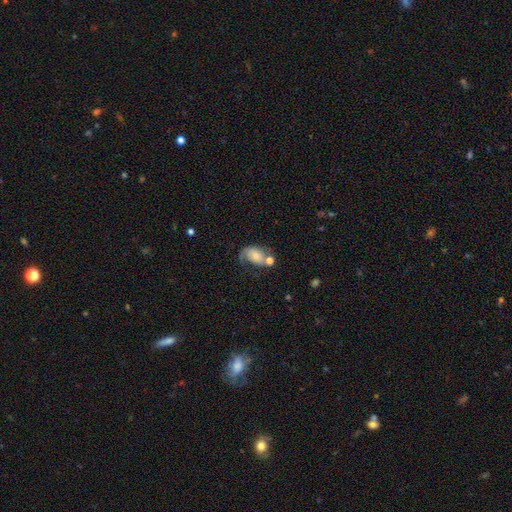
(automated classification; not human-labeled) This appears to be a featured or disk galaxy (50%). Merging: none (34%).